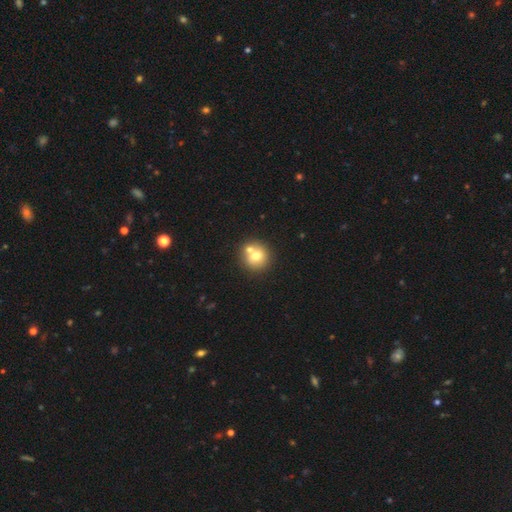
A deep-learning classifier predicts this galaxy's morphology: This appears to be a smooth galaxy with no disk features (70%) that is round (87%). Merging: none (55%).